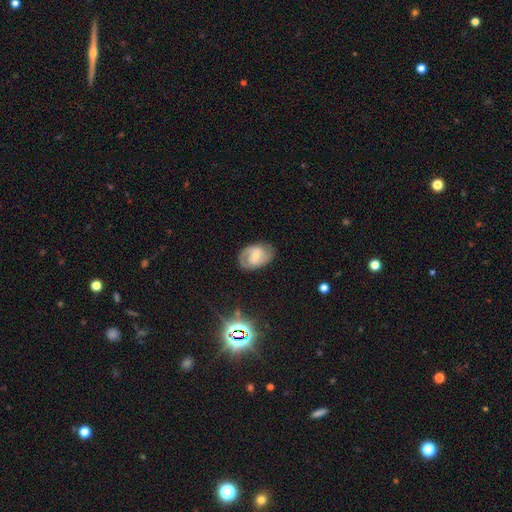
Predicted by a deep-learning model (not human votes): Smooth or featured?
  - featured or disk: 67% *
  - smooth: 25%
  - star or artifact: 8%
Edge-on disk?
  - no: 96% *
  - yes: 4%
Bar?
  - weak: 51% *
  - no: 26%
  - strong: 23%
Spiral arms?
  - yes: 84% *
  - no: 16%
Spiral winding?
  - medium: 45% *
  - tight: 40%
  - loose: 16%
Spiral arm count?
  - 2: 75% *
  - can't tell: 15%
  - 1: 6%
  - 3: 2%
  - 4: 1%
  - more than 4: 1%
Bulge size?
  - small: 52% *
  - moderate: 39%
  - none: 4%
  - large: 3%
  - dominant: 1%
Merging?
  - none: 75% *
  - minor disturbance: 18%
  - major disturbance: 6%
  - merger: 1%